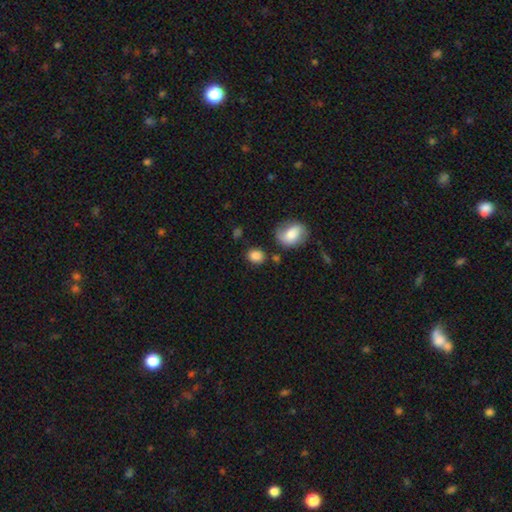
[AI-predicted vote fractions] smooth-or-featured: smooth: 85% | star or artifact: 9% | featured or disk: 6%
  how-rounded: round: 59% | in between: 40% | cigar-shaped: 1%
  merging: none: 76% | minor disturbance: 14% | merger: 6% | major disturbance: 4%